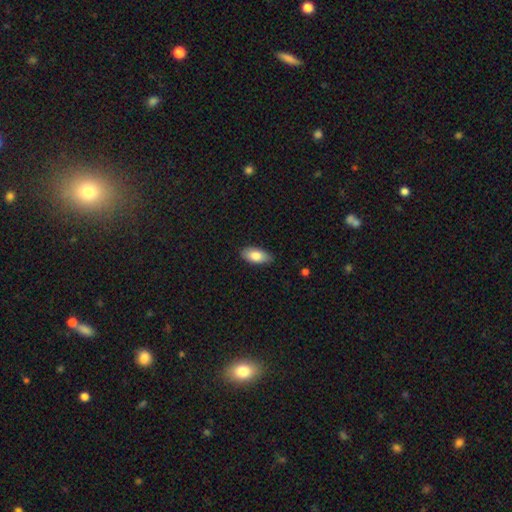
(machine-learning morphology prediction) Smooth or featured? smooth (82%)
How rounded? in between (92%)
Merging? none (84%)